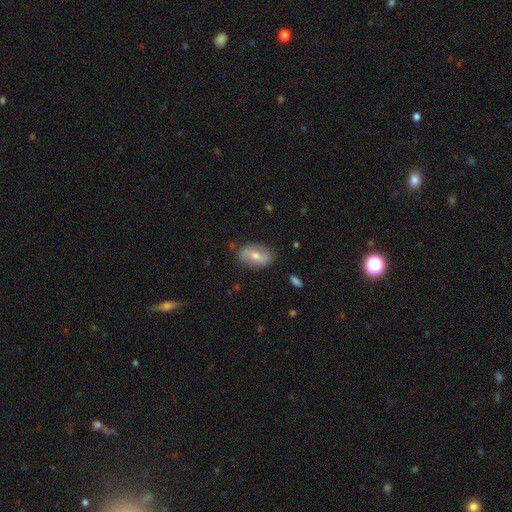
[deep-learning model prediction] smooth-or-featured: smooth: 46% (tied) | featured or disk: 46% (tied) | star or artifact: 8%
  merging: none: 82% | minor disturbance: 14% | major disturbance: 3% | merger: 2%